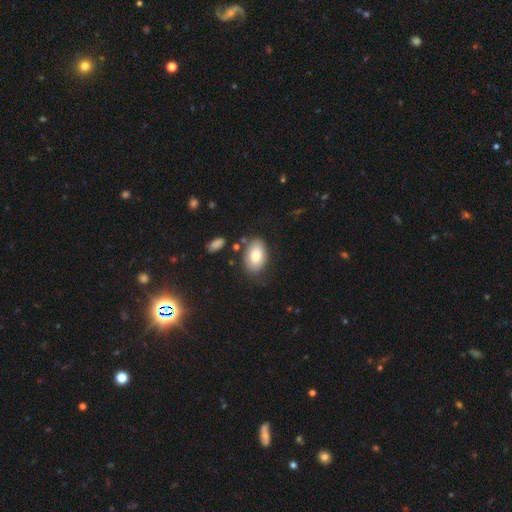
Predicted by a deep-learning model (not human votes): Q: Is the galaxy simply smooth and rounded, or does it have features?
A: smooth — 78%.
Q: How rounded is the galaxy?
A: in between — 89%.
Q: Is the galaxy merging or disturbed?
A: none — 76%.